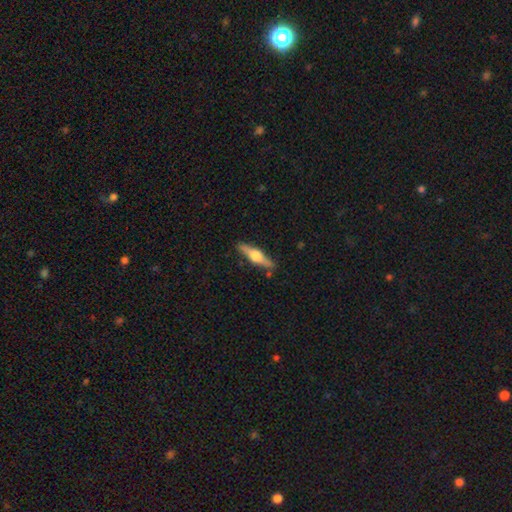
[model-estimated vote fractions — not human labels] A featured or disk galaxy (59%) viewed edge-on (94%) with a rounded central bulge (94%).

Vote fractions:
- Smooth or featured? featured or disk: 59% / smooth: 36% / star or artifact: 5%
- Edge-on disk? yes: 94% / no: 6%
- Edge-on bulge? rounded: 94% / boxy: 4% / none: 2%
- Merging? none: 87% / minor disturbance: 10% / merger: 2% / major disturbance: 2%